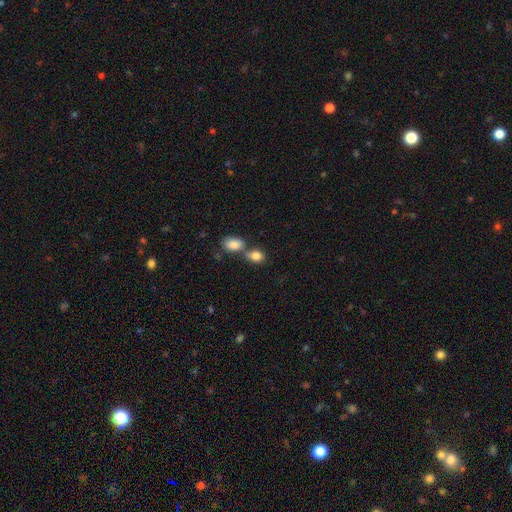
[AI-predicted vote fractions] Overall: smooth (84%). How rounded: in between (73%). Merging: merger (52%; none 35%).